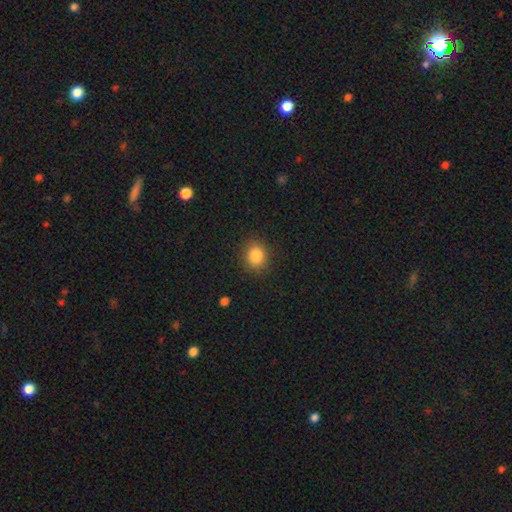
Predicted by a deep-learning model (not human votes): This appears to be a smooth galaxy with no disk features (85%) that is round (70%). Merging: none (87%).